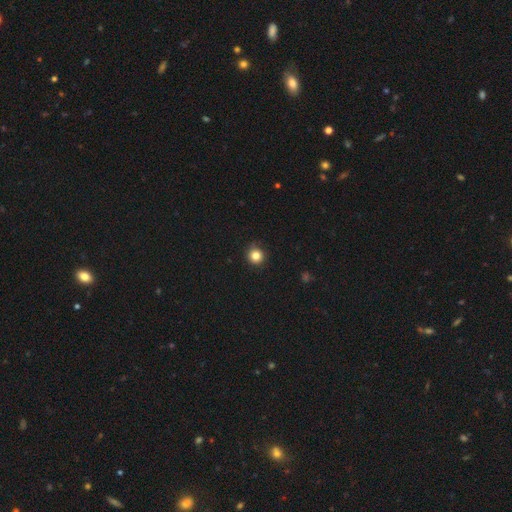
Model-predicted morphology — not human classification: Smooth or featured? smooth (83%)
How rounded? round (94%)
Merging? none (87%)